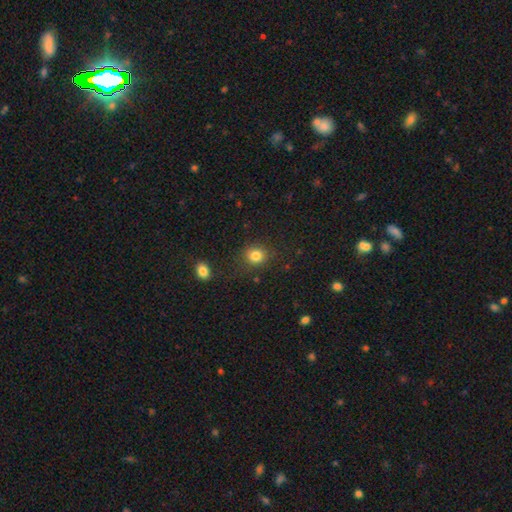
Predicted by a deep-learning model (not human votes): Smooth or featured? smooth (83%)
How rounded? round (77%)
Merging? none (82%)